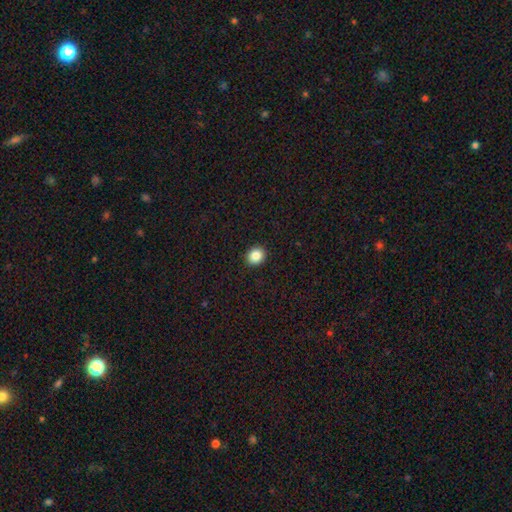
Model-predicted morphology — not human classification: smooth_or_featured: smooth (p=0.86) [alt: star or artifact p=0.10]
how_rounded: round (p=0.75) [alt: in between p=0.25]
merging: none (p=0.92) [alt: minor disturbance p=0.05]